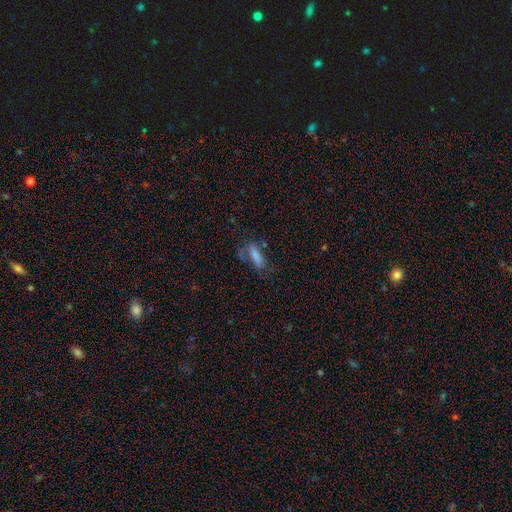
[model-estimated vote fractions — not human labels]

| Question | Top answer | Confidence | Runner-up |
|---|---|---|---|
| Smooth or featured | smooth | 71% | featured or disk (18%) |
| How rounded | in between | 64% | cigar-shaped (32%) |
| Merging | none | 43% | minor disturbance (26%) |